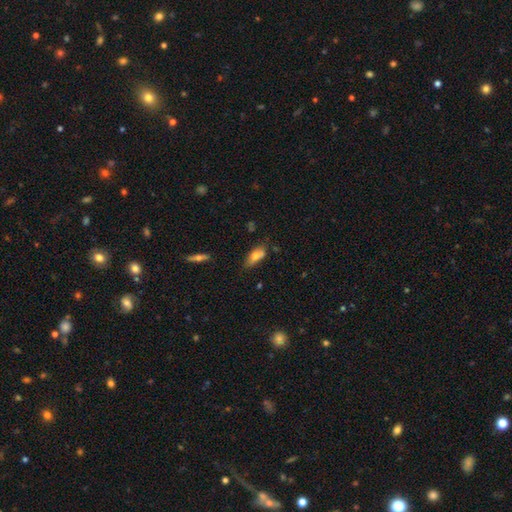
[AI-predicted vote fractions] Smooth or featured?
  - smooth: 70% *
  - featured or disk: 23%
  - star or artifact: 7%
How rounded?
  - in between: 81% *
  - cigar-shaped: 16%
  - round: 3%
Merging?
  - none: 59% *
  - minor disturbance: 29%
  - major disturbance: 7%
  - merger: 5%